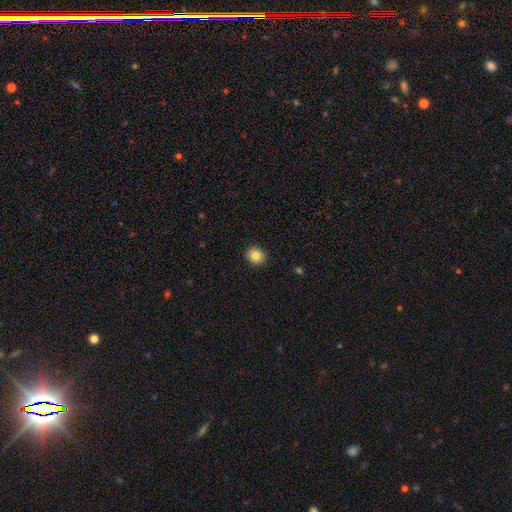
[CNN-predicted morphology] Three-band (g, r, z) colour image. It shows a smooth galaxy with no disk features (84%) that is round (78%). Merging: none (91%).